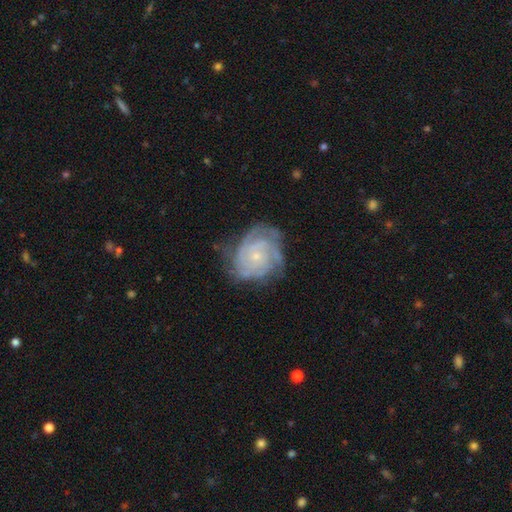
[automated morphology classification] Smooth or featured? featured or disk (84%)
Edge-on disk? no (98%)
Bar? no (79%)
Spiral arms? yes (95%)
Spiral winding? tight (71%)
Spiral arm count? can't tell (29%)
Bulge size? small (80%)
Merging? none (66%)